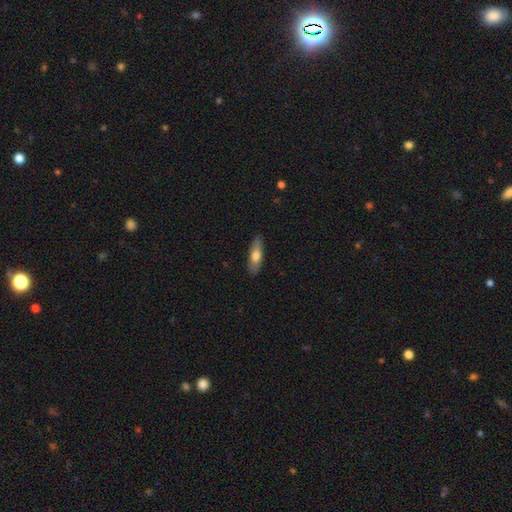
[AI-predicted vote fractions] Smooth or featured? Predicted: smooth (p=0.68). How rounded? Predicted: in between (p=0.51). Merging? Predicted: none (p=0.87).